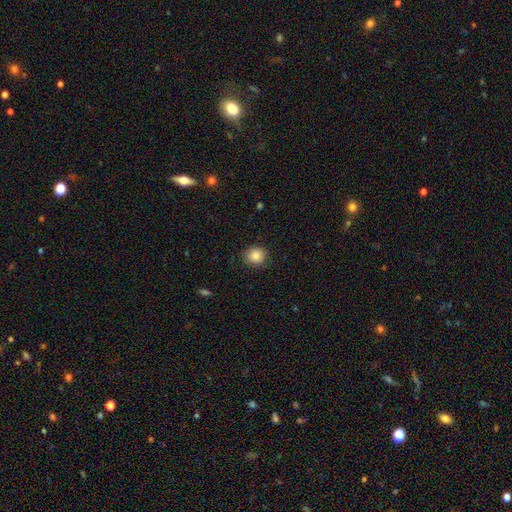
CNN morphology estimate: smooth 85%, star or artifact 9%, featured or disk 6%. Down the decision tree: how rounded — round (84%); merging — none (86%).